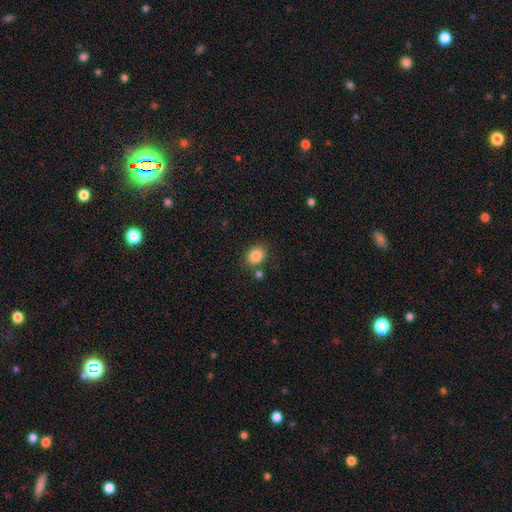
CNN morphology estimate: A smooth galaxy with no disk features (86%) that is in between round and cigar-shaped (57%).

Vote fractions:
- Smooth or featured? smooth: 86% / star or artifact: 9% / featured or disk: 5%
- How rounded? in between: 57% / round: 42% / cigar-shaped: 1%
- Merging? none: 77% / minor disturbance: 11% / merger: 8% / major disturbance: 3%